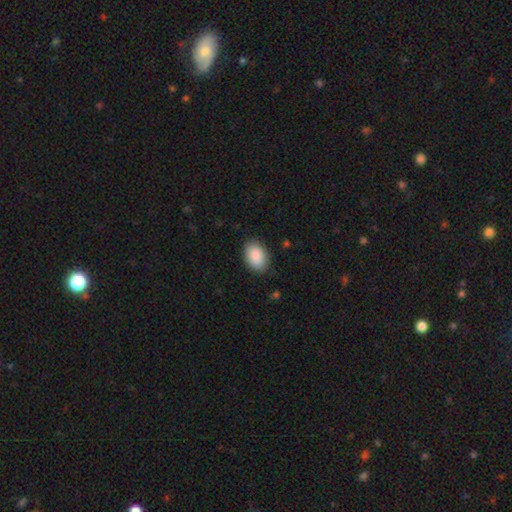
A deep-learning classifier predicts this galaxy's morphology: Smooth or featured?
  - smooth: 89% *
  - star or artifact: 6%
  - featured or disk: 5%
How rounded?
  - in between: 85% *
  - round: 14%
  - cigar-shaped: 1%
Merging?
  - none: 86% *
  - minor disturbance: 11%
  - major disturbance: 2%
  - merger: 1%